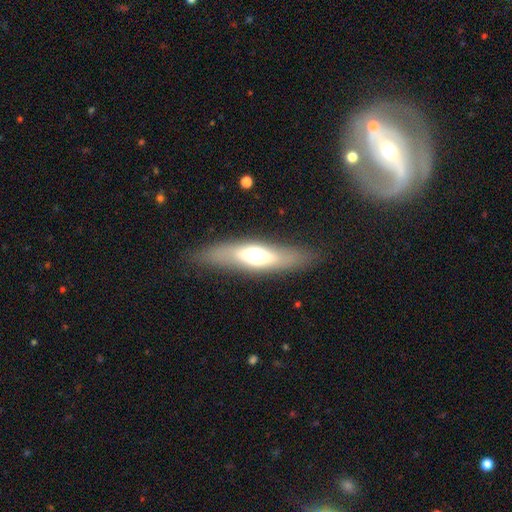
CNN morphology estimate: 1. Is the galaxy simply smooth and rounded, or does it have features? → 50% smooth, 43% featured or disk, 7% star or artifact.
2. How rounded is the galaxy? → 62% cigar-shaped, 36% in between, 3% round.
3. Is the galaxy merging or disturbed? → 85% none, 10% minor disturbance, 4% major disturbance, 1% merger.